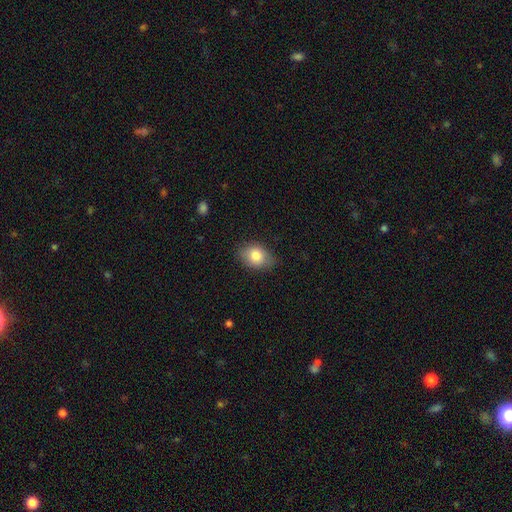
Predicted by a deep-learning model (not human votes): Morphology: type=smooth (80%); roundness=in between (69%); merging=none (79%).